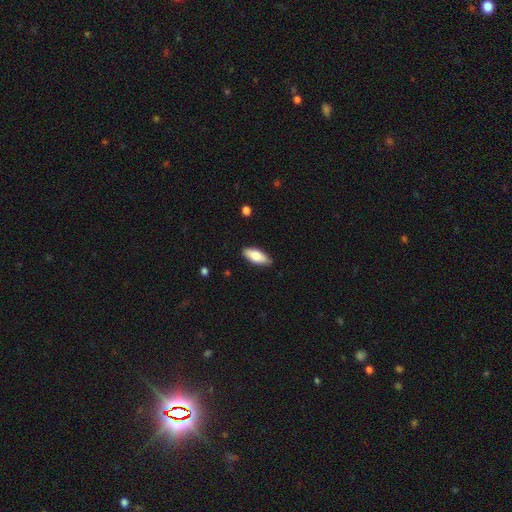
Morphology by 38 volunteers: Overall: smooth (79%). How rounded: in between (80%). Merging: none (76%).